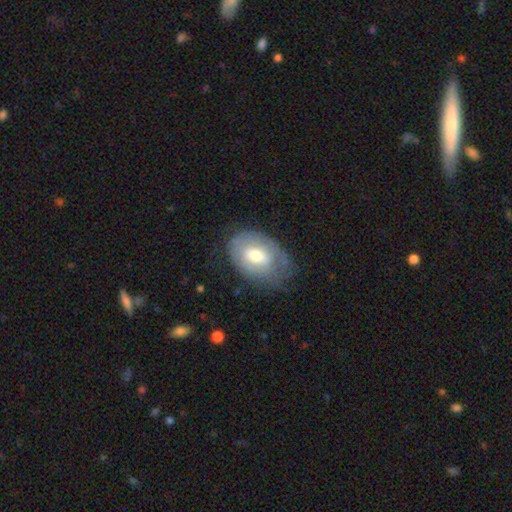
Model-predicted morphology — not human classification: Smooth or featured? Predicted: smooth (p=0.53). How rounded? Predicted: in between (p=0.80). Merging? Predicted: none (p=0.56).